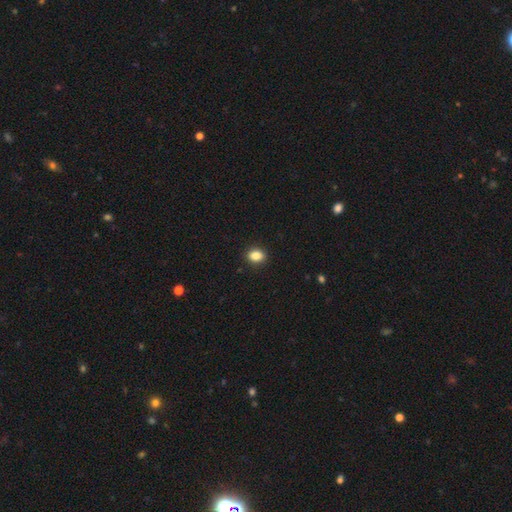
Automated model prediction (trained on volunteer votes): Smooth or featured? smooth (87%)
How rounded? in between (64%)
Merging? none (91%)